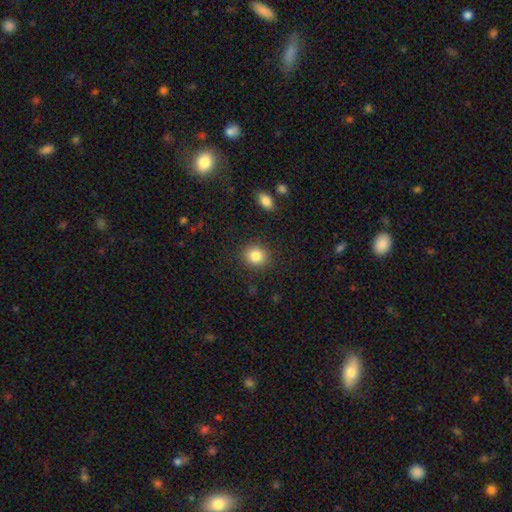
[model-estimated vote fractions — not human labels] This appears to be a smooth galaxy with no disk features (84%) that is round (83%). Merging: none (89%).